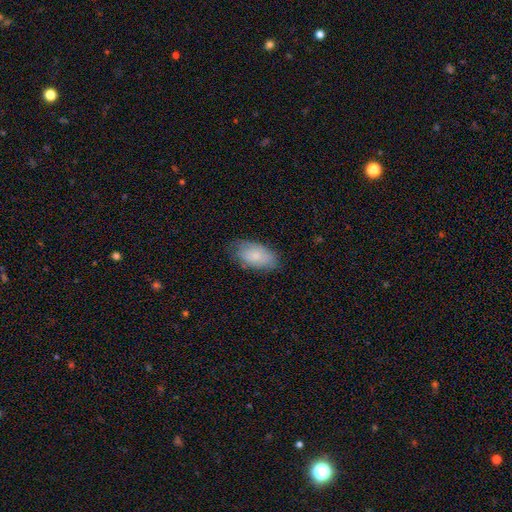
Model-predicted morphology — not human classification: Smooth or featured: smooth — 77% (featured or disk — 16%)
How rounded: in between — 93% (round — 4%)
Merging: none — 70% (minor disturbance — 23%)